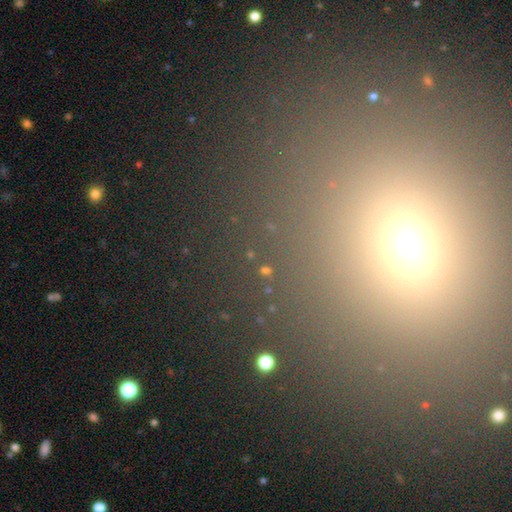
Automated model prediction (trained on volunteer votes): star or artifact 55%, smooth 36%, featured or disk 9%.